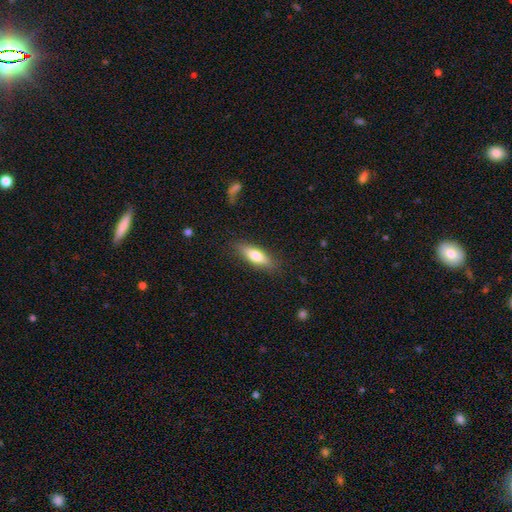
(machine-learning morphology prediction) Q: Smooth or featured?
A: smooth (71%); runner-up: featured or disk (23%)
Q: How rounded?
A: in between (54%); runner-up: cigar-shaped (43%)
Q: Merging?
A: none (84%); runner-up: minor disturbance (12%)